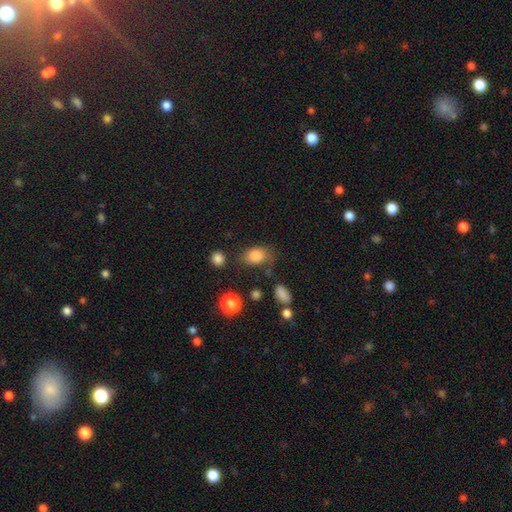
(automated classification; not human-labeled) This appears to be a smooth galaxy with no disk features (82%) that is in between round and cigar-shaped (74%). Merging: none (60%).